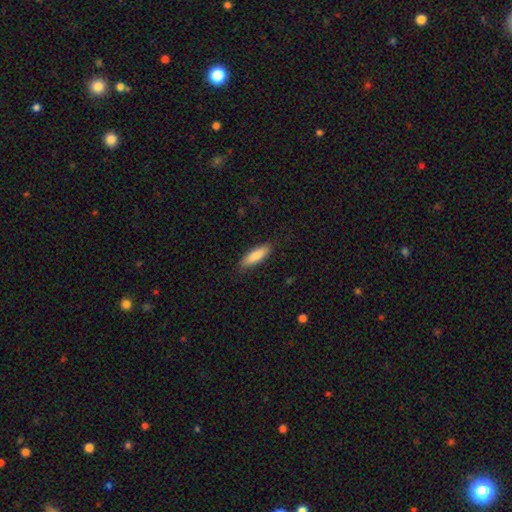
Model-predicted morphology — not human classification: A smooth galaxy with no disk features (84%) that is cigar-shaped (49%, tied with in between).

Vote fractions:
- Smooth or featured? smooth: 84% / featured or disk: 10% / star or artifact: 6%
- How rounded? cigar-shaped: 49% (tied) / in between: 49% (tied) / round: 2%
- Merging? none: 86% / minor disturbance: 11% / major disturbance: 2% / merger: 1%